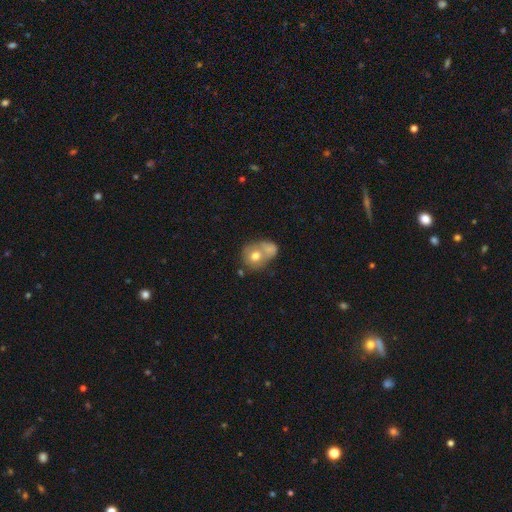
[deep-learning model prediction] Smooth or featured: smooth — 68% (featured or disk — 24%)
How rounded: round — 67% (in between — 32%)
Merging: merger — 57% (none — 26%)